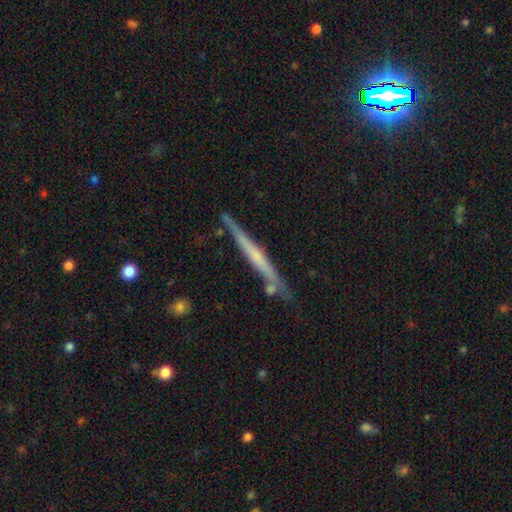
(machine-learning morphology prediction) A featured or disk galaxy (62%) viewed edge-on (97%) with no central bulge (61%).

Vote fractions:
- Smooth or featured? featured or disk: 62% / smooth: 31% / star or artifact: 7%
- Edge-on disk? yes: 97% / no: 3%
- Edge-on bulge? none: 61% / rounded: 30% / boxy: 9%
- Merging? none: 81% / minor disturbance: 12% / merger: 4% / major disturbance: 2%